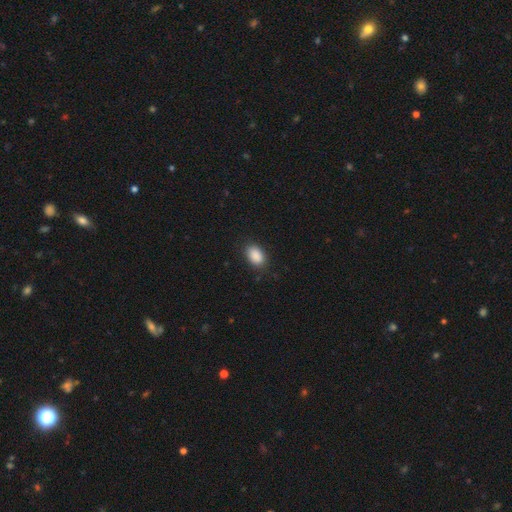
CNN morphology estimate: This appears to be a smooth galaxy with no disk features (89%) that is in between round and cigar-shaped (87%). Merging: none (86%).